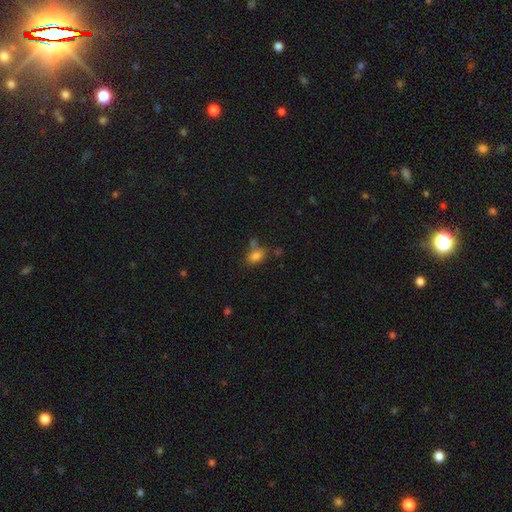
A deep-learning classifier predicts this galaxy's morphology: Smooth or featured? smooth (79%)
How rounded? in between (79%)
Merging? none (54%)